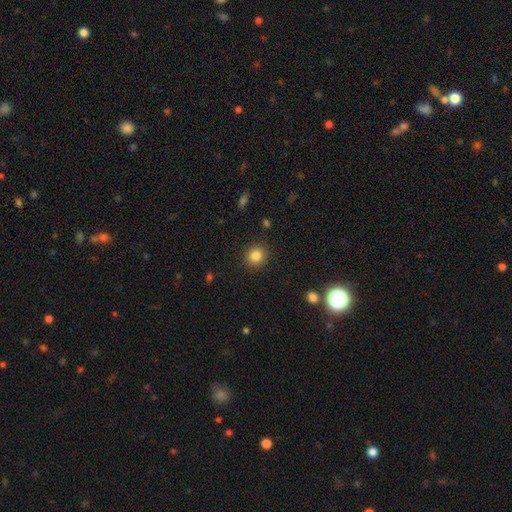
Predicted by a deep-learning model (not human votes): A smooth galaxy with no disk features (83%) that is round (89%). Merging: none (90%).